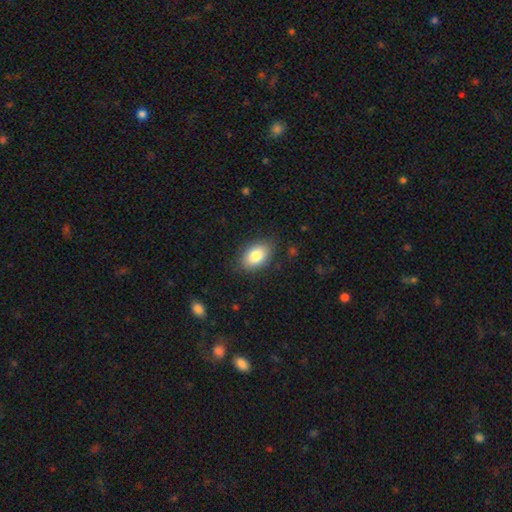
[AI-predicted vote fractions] Smooth or featured?
  - smooth: 83% *
  - featured or disk: 10%
  - star or artifact: 7%
How rounded?
  - in between: 88% *
  - round: 11%
  - cigar-shaped: 1%
Merging?
  - none: 83% *
  - minor disturbance: 12%
  - major disturbance: 3%
  - merger: 1%